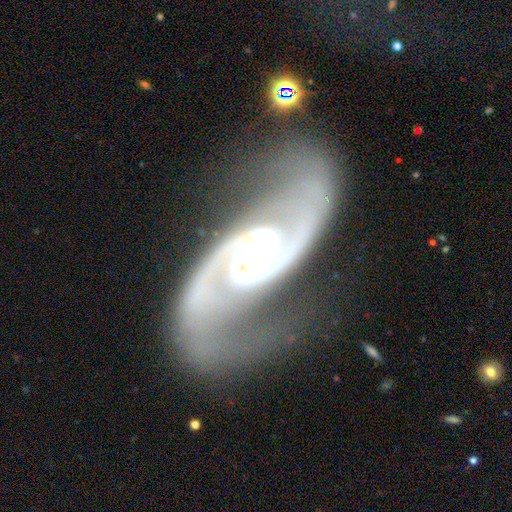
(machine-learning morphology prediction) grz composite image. It shows a featured or disk galaxy (94%) with a weak bar (41%), 2 (94%) medium (60%) spiral arms (99%) and a moderate central bulge (45%, tied with small). Merging: none (67%).